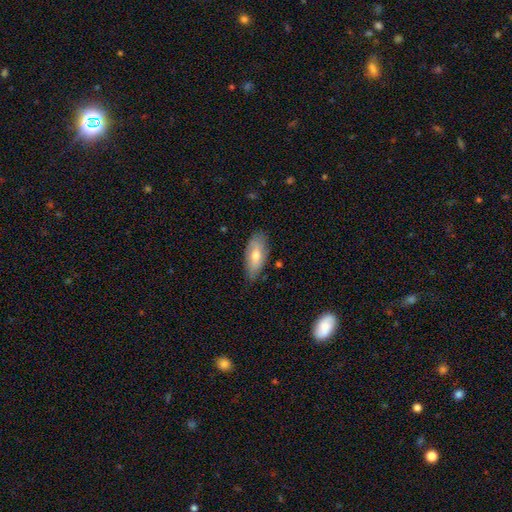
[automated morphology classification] A smooth galaxy with no disk features (63%) that is in between round and cigar-shaped (81%).

Vote fractions:
- Smooth or featured? smooth: 63% / featured or disk: 29% / star or artifact: 7%
- How rounded? in between: 81% / cigar-shaped: 16% / round: 3%
- Merging? none: 76% / minor disturbance: 20% / major disturbance: 3% / merger: 1%